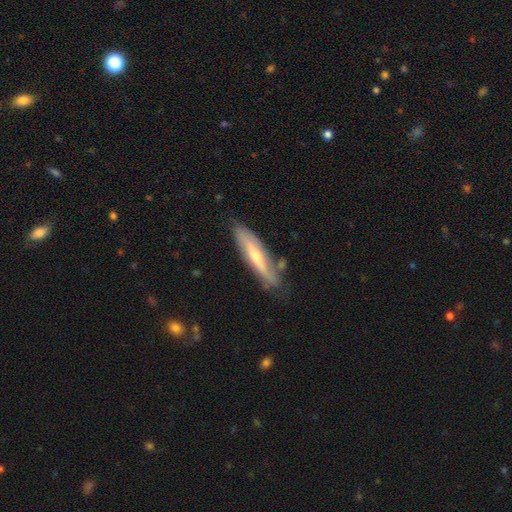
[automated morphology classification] Smooth or featured: featured or disk — 59% (smooth — 35%)
Edge-on disk: yes — 66% (no — 34%)
Merging: none — 70% (minor disturbance — 21%)